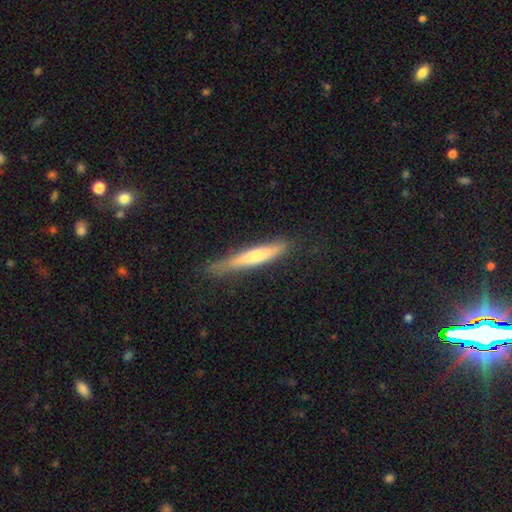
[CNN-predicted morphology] smooth_or_featured: featured or disk (p=0.48) [alt: smooth p=0.43]
merging: none (p=0.78) [alt: minor disturbance p=0.17]